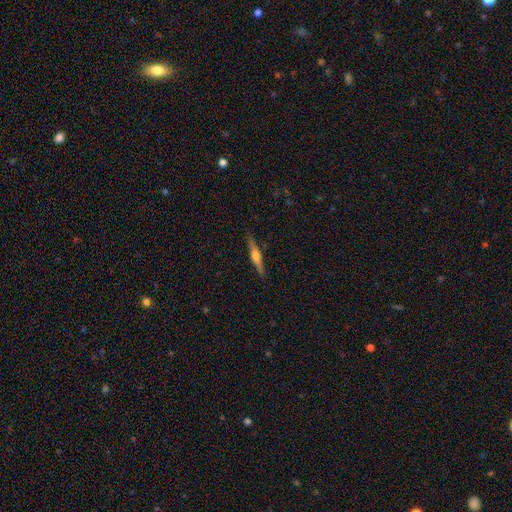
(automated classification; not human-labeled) Smooth or featured?
  - featured or disk: 63% *
  - smooth: 31%
  - star or artifact: 6%
Edge-on disk?
  - yes: 97% *
  - no: 3%
Edge-on bulge?
  - rounded: 87% *
  - boxy: 8%
  - none: 5%
Merging?
  - none: 89% *
  - minor disturbance: 8%
  - major disturbance: 2%
  - merger: 1%